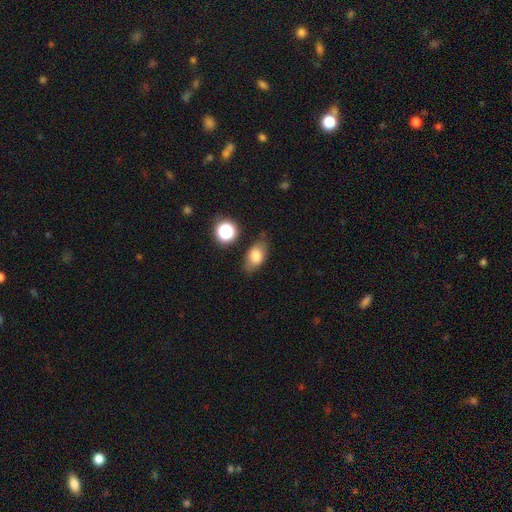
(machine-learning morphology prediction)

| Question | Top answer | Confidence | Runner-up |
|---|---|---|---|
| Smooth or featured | smooth | 76% | featured or disk (15%) |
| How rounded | in between | 84% | round (12%) |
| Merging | none | 72% | minor disturbance (19%) |